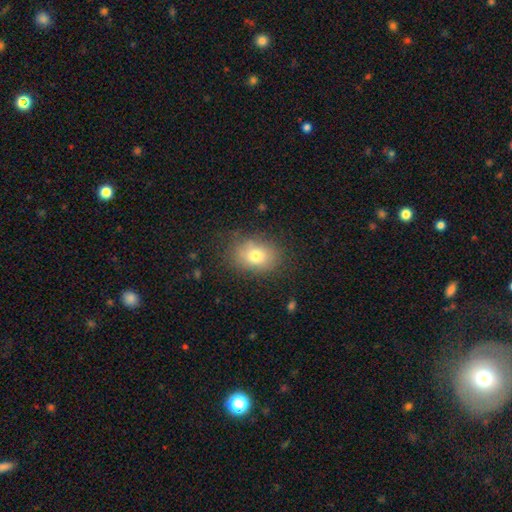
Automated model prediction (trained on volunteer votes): Q: Smooth or featured?
A: smooth (75%); runner-up: featured or disk (13%)
Q: How rounded?
A: in between (65%); runner-up: round (34%)
Q: Merging?
A: none (78%); runner-up: minor disturbance (15%)